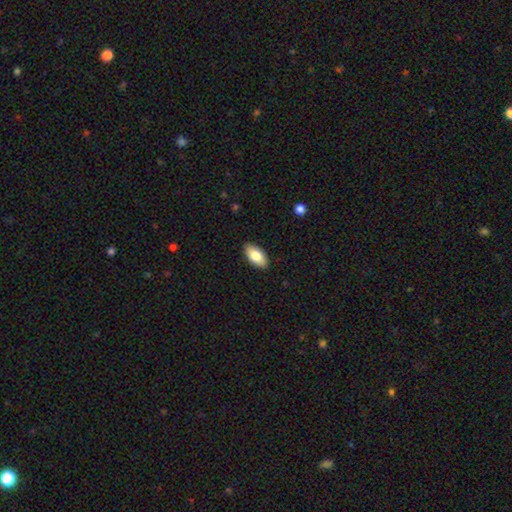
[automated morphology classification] A smooth galaxy with no disk features (81%) that is in between round and cigar-shaped (93%).

Vote fractions:
- Smooth or featured? smooth: 81% / featured or disk: 13% / star or artifact: 6%
- How rounded? in between: 93% / cigar-shaped: 4% / round: 3%
- Merging? none: 89% / minor disturbance: 8% / major disturbance: 2% / merger: 1%